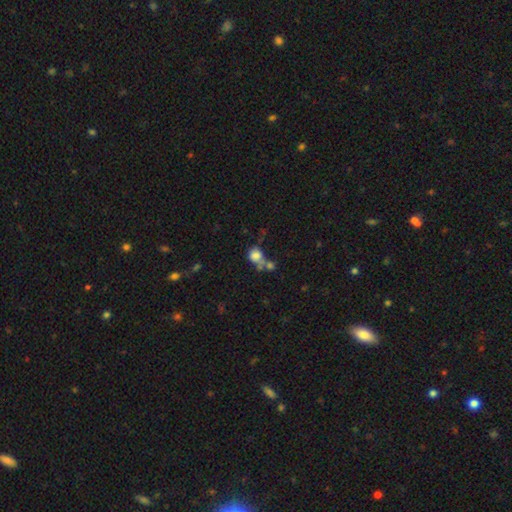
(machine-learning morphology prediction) A smooth galaxy with no disk features (75%) that is round (62%). Merging: merger (45%).